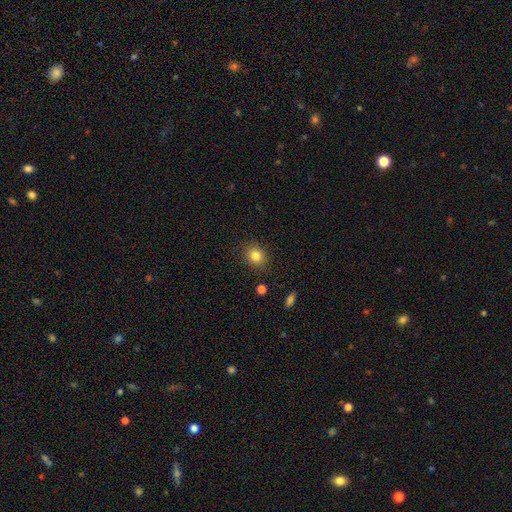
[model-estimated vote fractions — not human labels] Smooth or featured: smooth — 82% (star or artifact — 11%)
How rounded: round — 67% (in between — 32%)
Merging: none — 87% (minor disturbance — 9%)